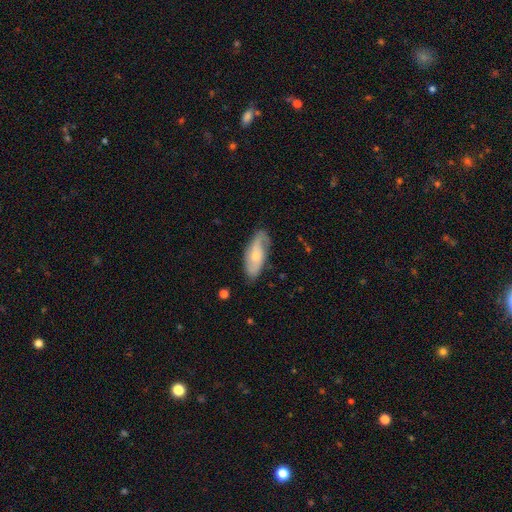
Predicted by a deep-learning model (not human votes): featured or disk 52%, smooth 42%, star or artifact 6%. Down the decision tree: edge-on disk — no (87%); merging — none (74%).